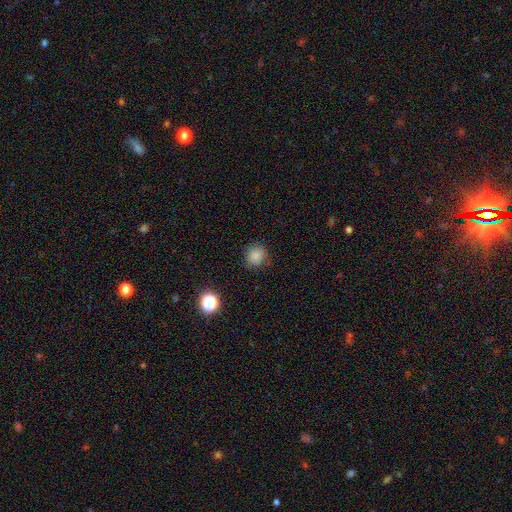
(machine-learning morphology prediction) Smooth or featured: smooth — 83% (star or artifact — 12%)
How rounded: round — 80% (in between — 19%)
Merging: none — 83% (minor disturbance — 12%)